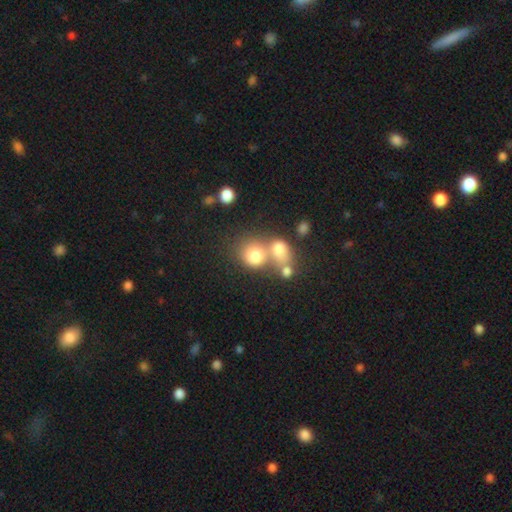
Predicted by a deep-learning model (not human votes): smooth_or_featured: smooth (p=0.74) [alt: star or artifact p=0.13]
how_rounded: round (p=0.74) [alt: in between p=0.25]
merging: merger (p=0.50) [alt: none p=0.36]